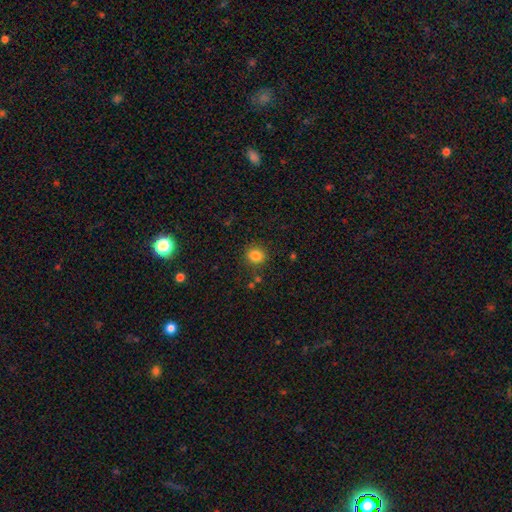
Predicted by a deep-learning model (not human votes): Overall: smooth (83%). How rounded: round (83%). Merging: none (85%).